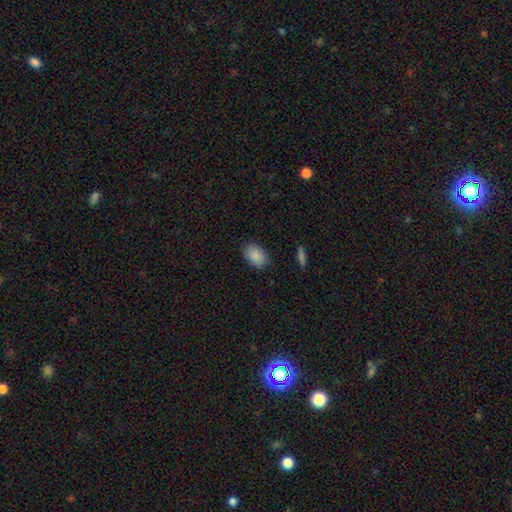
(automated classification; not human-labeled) Morphology: type=smooth (89%); roundness=in between (88%); merging=none (86%).